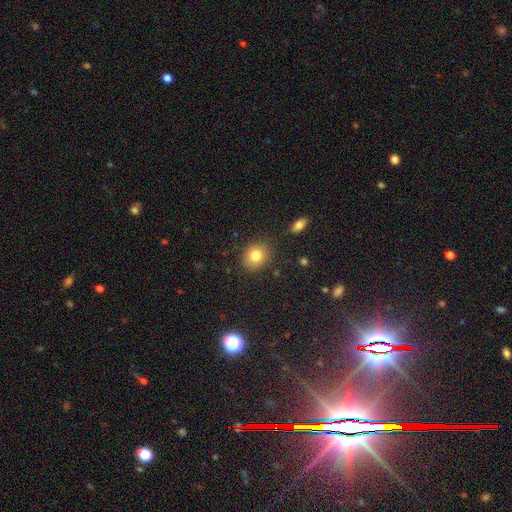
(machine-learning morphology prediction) smooth-or-featured: smooth: 81% | star or artifact: 10% | featured or disk: 9%
  how-rounded: round: 61% | in between: 38% | cigar-shaped: 1%
  merging: none: 84% | minor disturbance: 11% | major disturbance: 3% | merger: 2%